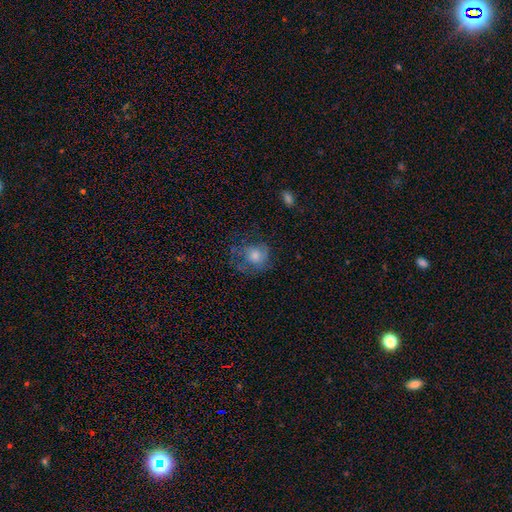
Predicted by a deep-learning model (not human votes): Smooth or featured? Predicted: smooth (p=0.62). How rounded? Predicted: round (p=0.72). Merging? Predicted: none (p=0.48).